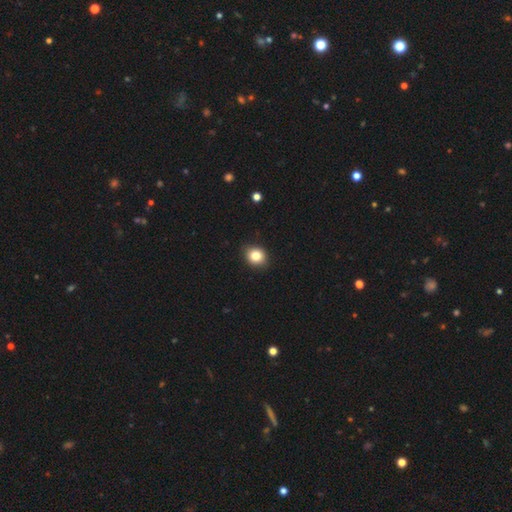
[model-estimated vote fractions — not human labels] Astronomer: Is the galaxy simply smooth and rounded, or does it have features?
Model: smooth — 84%.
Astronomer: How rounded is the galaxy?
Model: round — 62%.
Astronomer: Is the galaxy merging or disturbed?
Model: none — 86%.